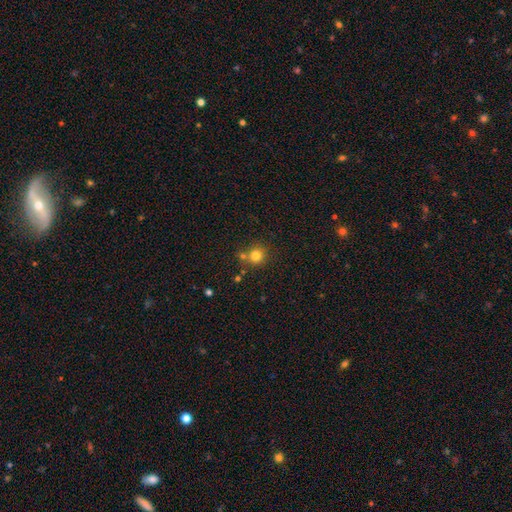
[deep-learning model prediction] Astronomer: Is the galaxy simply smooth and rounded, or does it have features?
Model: smooth — 79%.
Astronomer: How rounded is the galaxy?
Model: round — 90%.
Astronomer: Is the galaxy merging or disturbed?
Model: none — 71%.